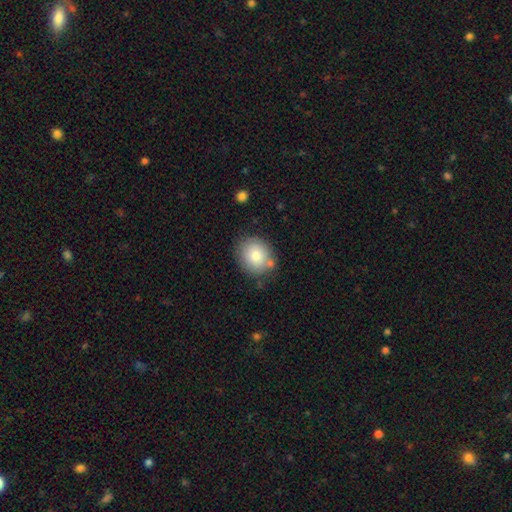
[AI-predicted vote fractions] This appears to be a smooth galaxy with no disk features (80%) that is round (73%). Merging: none (76%).